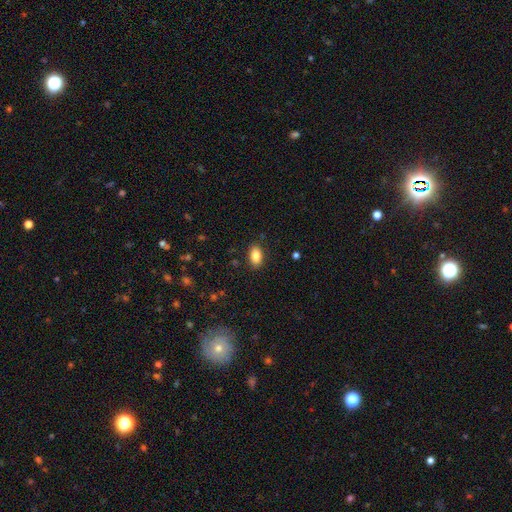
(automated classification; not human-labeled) Smooth or featured: smooth — 84% (star or artifact — 8%)
How rounded: in between — 90% (round — 7%)
Merging: none — 88% (minor disturbance — 9%)